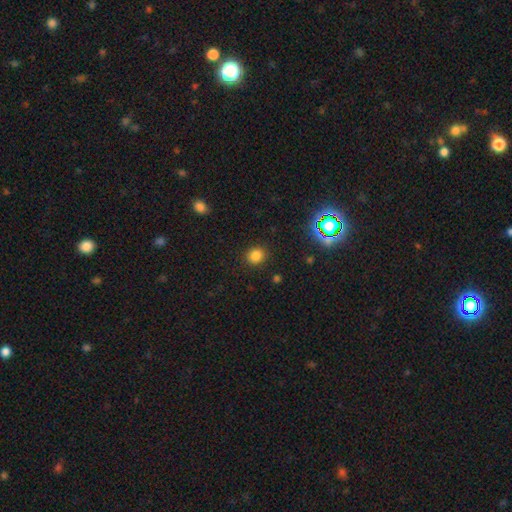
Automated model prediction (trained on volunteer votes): Smooth or featured? Predicted: smooth (p=0.81). How rounded? Predicted: round (p=0.79). Merging? Predicted: none (p=0.89).